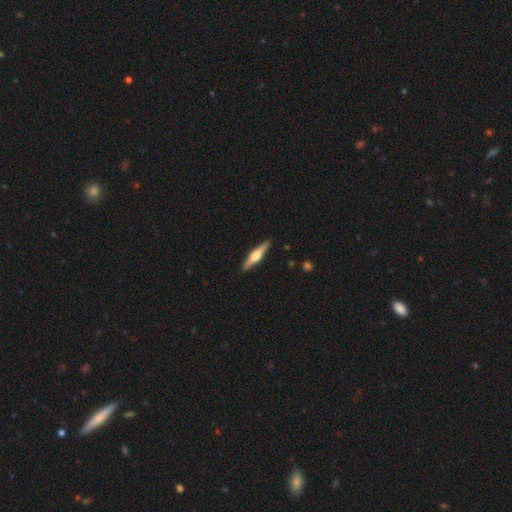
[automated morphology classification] smooth_or_featured: featured or disk (p=0.65) [alt: smooth p=0.31]
disk_edge_on: yes (p=0.97) [alt: no p=0.03]
edge_on_bulge: rounded (p=0.94) [alt: boxy p=0.04]
merging: none (p=0.91) [alt: minor disturbance p=0.06]